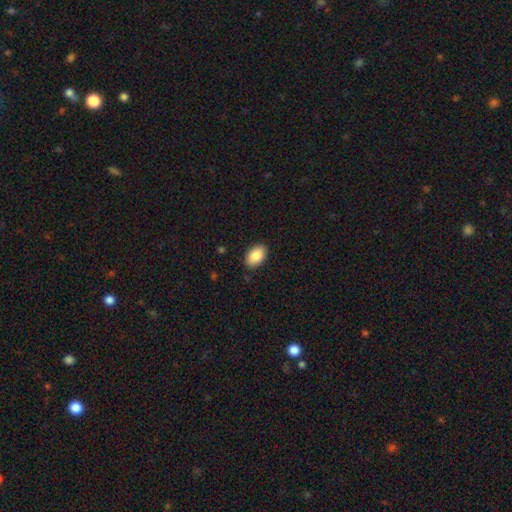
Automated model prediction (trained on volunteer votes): Smooth or featured? Predicted: smooth (p=0.88). How rounded? Predicted: in between (p=0.90). Merging? Predicted: none (p=0.88).